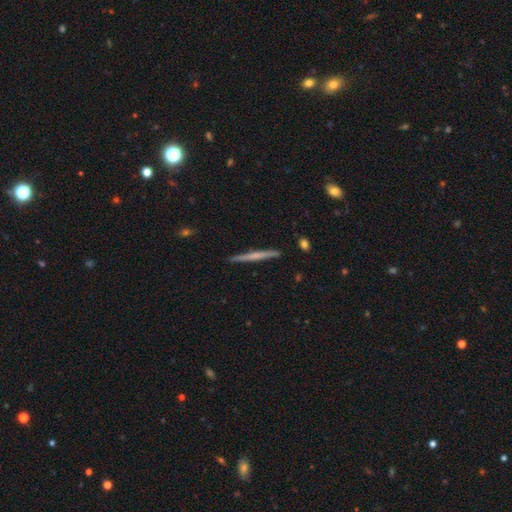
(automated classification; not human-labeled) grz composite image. It shows a featured or disk galaxy (53%) viewed edge-on (98%) with no central bulge (65%). Merging: none (91%).